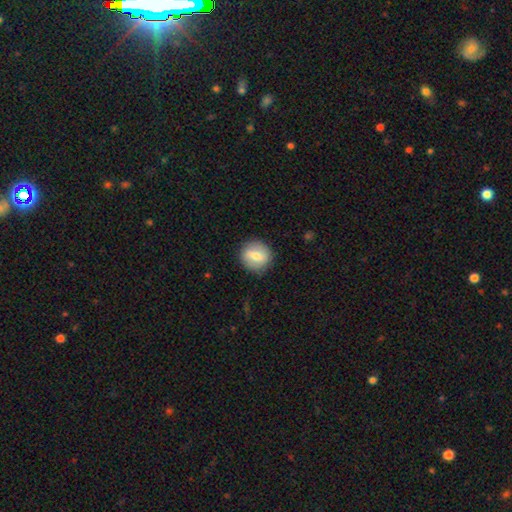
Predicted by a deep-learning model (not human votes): A smooth galaxy with no disk features (62%) that is round (86%).

Vote fractions:
- Smooth or featured? smooth: 62% / featured or disk: 31% / star or artifact: 7%
- How rounded? round: 86% / in between: 13% / cigar-shaped: 1%
- Merging? none: 87% / minor disturbance: 9% / major disturbance: 3% / merger: 1%